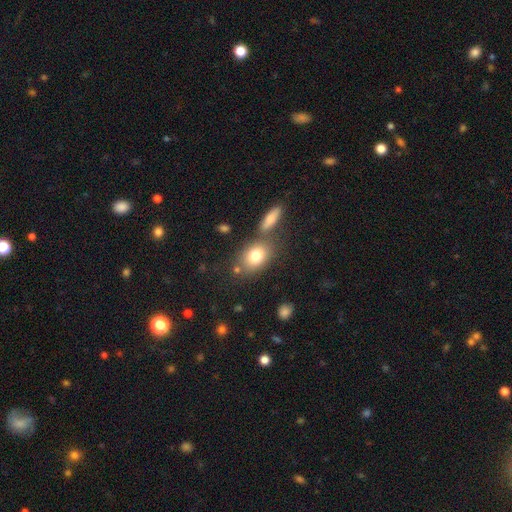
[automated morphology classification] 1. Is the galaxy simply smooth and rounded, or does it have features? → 77% smooth, 13% featured or disk, 9% star or artifact.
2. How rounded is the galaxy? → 71% in between, 26% round, 2% cigar-shaped.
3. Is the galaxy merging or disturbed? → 65% none, 18% merger, 13% minor disturbance, 5% major disturbance.